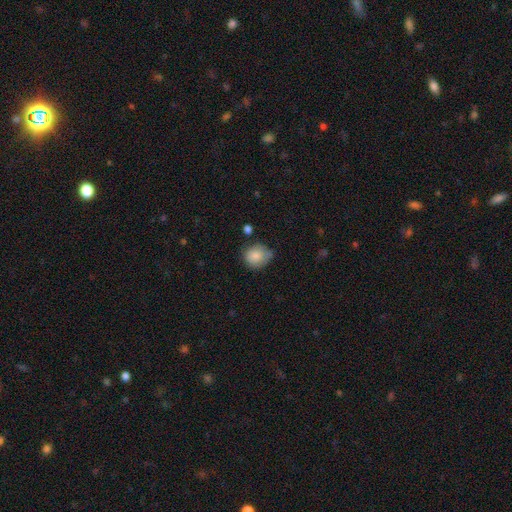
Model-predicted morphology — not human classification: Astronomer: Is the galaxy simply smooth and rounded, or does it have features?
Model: smooth — 83%.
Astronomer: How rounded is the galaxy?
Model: round — 77%.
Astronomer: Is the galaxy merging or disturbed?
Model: none — 62%.